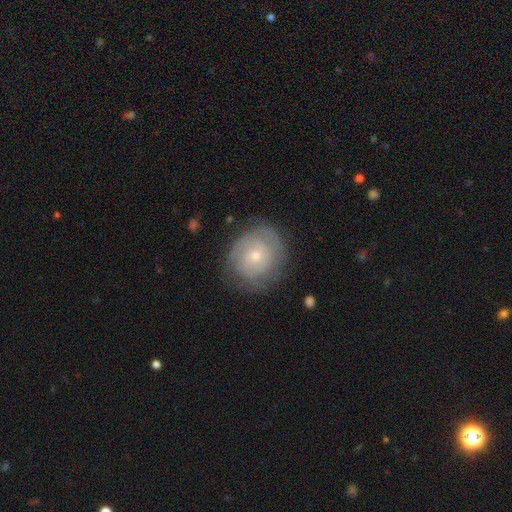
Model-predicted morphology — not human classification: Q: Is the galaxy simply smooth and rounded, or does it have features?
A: featured or disk — 60%.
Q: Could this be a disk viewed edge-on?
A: no — 97%.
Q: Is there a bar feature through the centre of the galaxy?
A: no — 80%.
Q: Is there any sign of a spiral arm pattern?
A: yes — 76%.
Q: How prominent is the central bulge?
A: small — 67%.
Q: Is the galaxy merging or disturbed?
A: none — 74%.